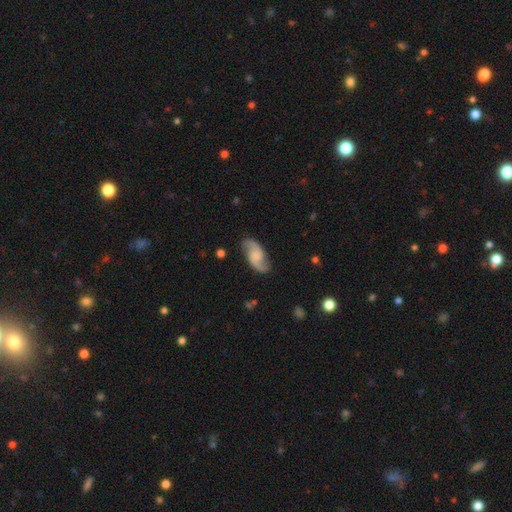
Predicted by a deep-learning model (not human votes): Smooth or featured? featured or disk (83%)
Edge-on disk? no (97%)
Bar? no (52%)
Spiral arms? yes (97%)
Spiral winding? loose (54%)
Spiral arm count? 2 (94%)
Bulge size? none (46%)
Merging? none (82%)